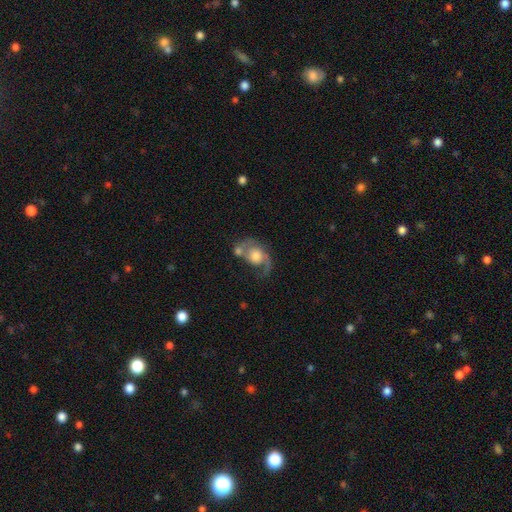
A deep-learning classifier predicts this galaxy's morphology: A featured or disk galaxy (72%) with no bar (73%), 2 (57%) loose (43%) spiral arms (89%) and a moderate central bulge (45%).

Vote fractions:
- Smooth or featured? featured or disk: 72% / smooth: 22% / star or artifact: 7%
- Edge-on disk? no: 97% / yes: 3%
- Bar? no: 73% / weak: 23% / strong: 4%
- Spiral arms? yes: 89% / no: 11%
- Spiral winding? loose: 43% / medium: 42% / tight: 15%
- Spiral arm count? 2: 57% / 1: 37% / can't tell: 4% / 3: 1% / 4: 1% / more than 4: 1%
- Bulge size? moderate: 45% / large: 34% / small: 12% / none: 4% / dominant: 4%
- Merging? none: 32% / merger: 31% / major disturbance: 21% / minor disturbance: 16%